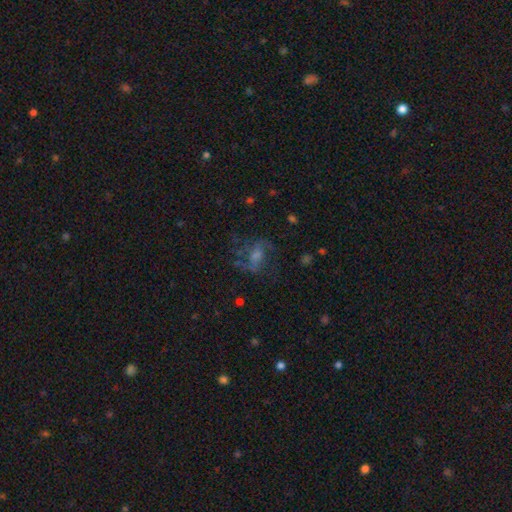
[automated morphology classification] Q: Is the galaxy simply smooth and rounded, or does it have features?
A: featured or disk — 55%.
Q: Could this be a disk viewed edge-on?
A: no — 95%.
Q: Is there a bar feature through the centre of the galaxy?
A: no — 45%.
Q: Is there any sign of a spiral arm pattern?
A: yes — 73%.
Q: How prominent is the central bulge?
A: moderate — 37%.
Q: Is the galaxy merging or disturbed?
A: none — 58%.